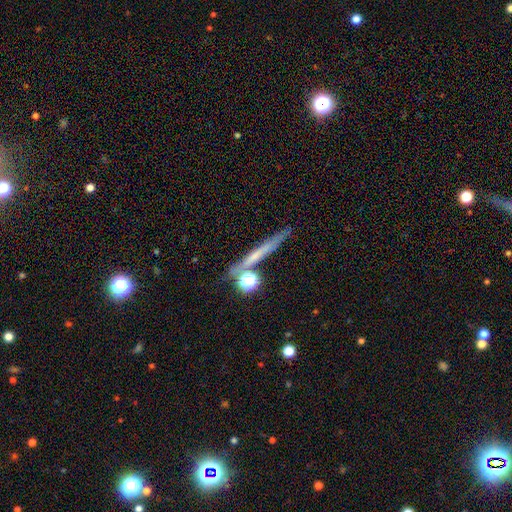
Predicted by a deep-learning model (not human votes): smooth_or_featured: smooth (p=0.44) [alt: featured or disk p=0.41]
merging: none (p=0.75) [alt: minor disturbance p=0.11]